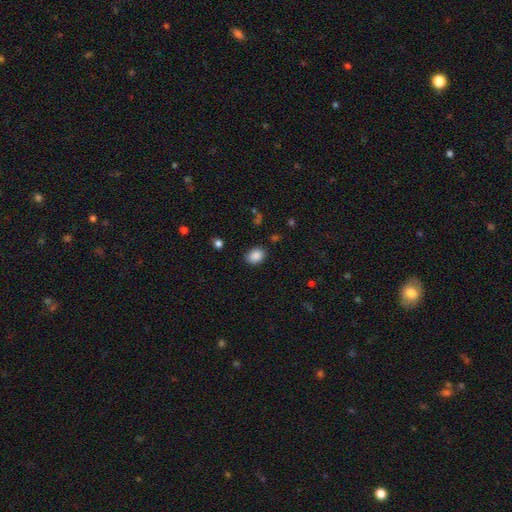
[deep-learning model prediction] Smooth or featured?
  - smooth: 87% *
  - star or artifact: 9%
  - featured or disk: 3%
How rounded?
  - in between: 61% *
  - round: 38%
  - cigar-shaped: 1%
Merging?
  - none: 84% *
  - minor disturbance: 11%
  - major disturbance: 3%
  - merger: 2%